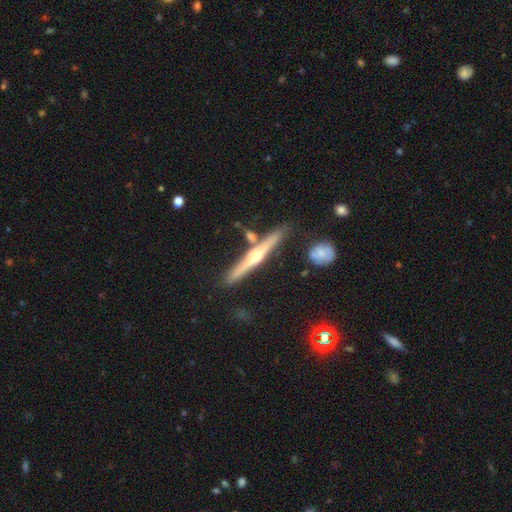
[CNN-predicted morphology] smooth-or-featured: featured or disk: 72% | smooth: 21% | star or artifact: 7%
  disk-edge-on: yes: 97% | no: 3%
    edge-on-bulge: rounded: 84% | none: 11% | boxy: 5%
  merging: none: 80% | minor disturbance: 10% | merger: 7% | major disturbance: 2%